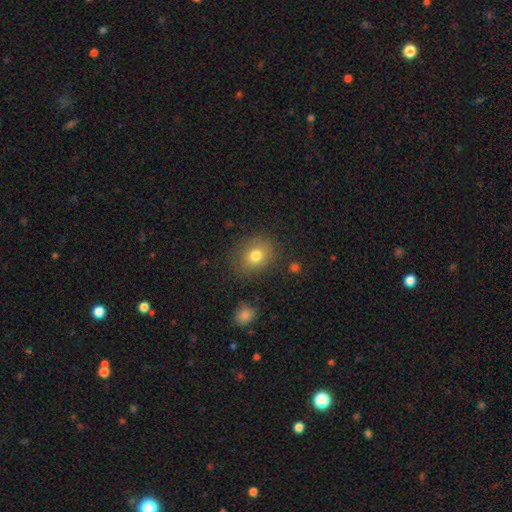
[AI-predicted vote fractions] Overall: smooth (77%). How rounded: round (63%; in between 36%). Merging: none (80%).